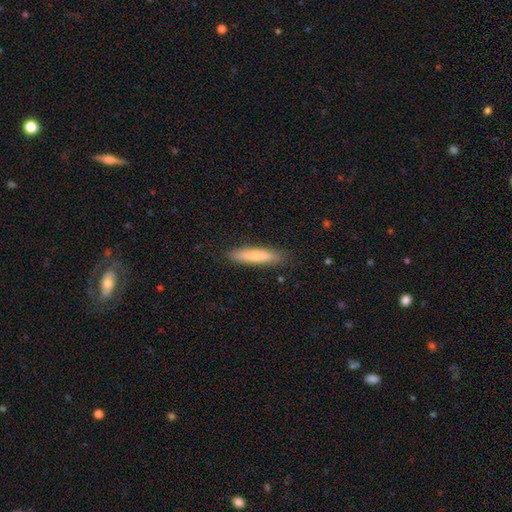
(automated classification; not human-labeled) smooth 71%, featured or disk 23%, star or artifact 6%. Down the decision tree: how rounded — cigar-shaped (84%); merging — none (85%).